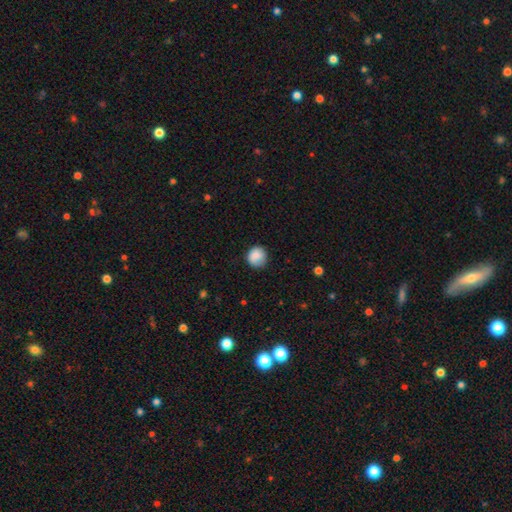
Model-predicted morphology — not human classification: smooth_or_featured: smooth (p=0.87) [alt: star or artifact p=0.08]
how_rounded: round (p=0.86) [alt: in between p=0.13]
merging: none (p=0.76) [alt: minor disturbance p=0.19]